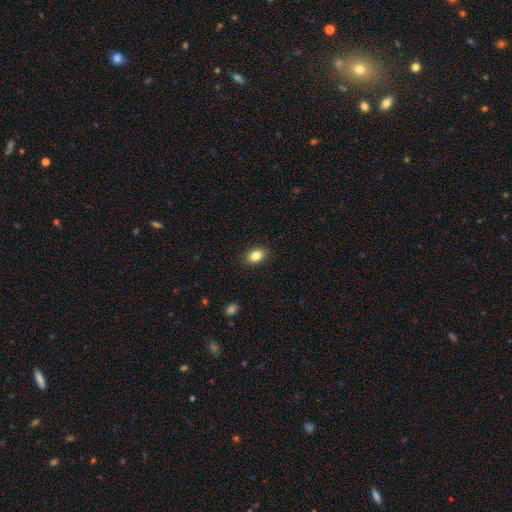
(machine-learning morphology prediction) Smooth or featured? Predicted: smooth (p=0.83). How rounded? Predicted: in between (p=0.83). Merging? Predicted: none (p=0.89).